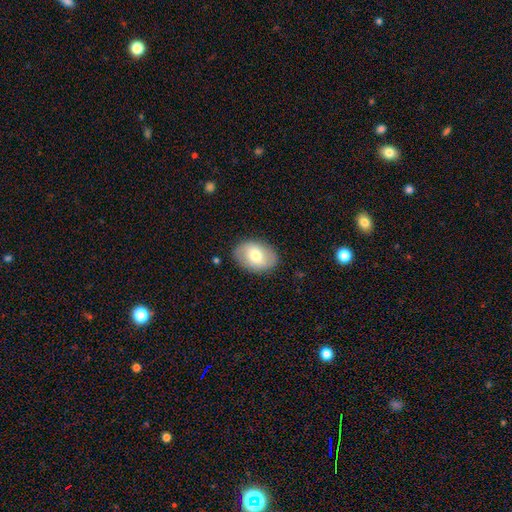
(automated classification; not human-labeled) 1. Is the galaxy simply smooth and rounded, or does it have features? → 65% smooth, 28% featured or disk, 7% star or artifact.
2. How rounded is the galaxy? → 81% in between, 18% round, 1% cigar-shaped.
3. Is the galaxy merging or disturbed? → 85% none, 11% minor disturbance, 3% major disturbance, 1% merger.